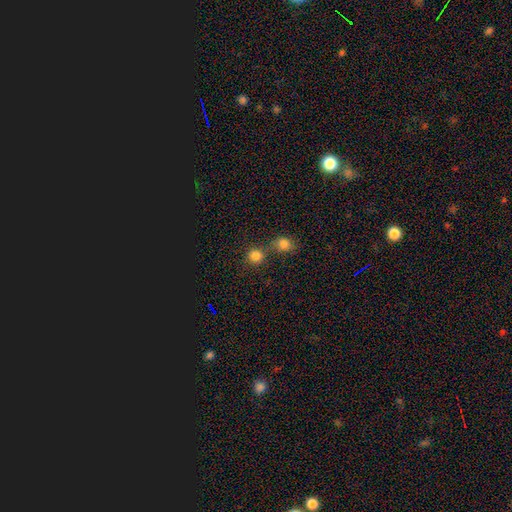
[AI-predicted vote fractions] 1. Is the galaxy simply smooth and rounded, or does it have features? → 82% smooth, 13% star or artifact, 5% featured or disk.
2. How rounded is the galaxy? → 89% round, 10% in between, 1% cigar-shaped.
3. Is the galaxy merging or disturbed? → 57% none, 32% merger, 7% minor disturbance, 3% major disturbance.